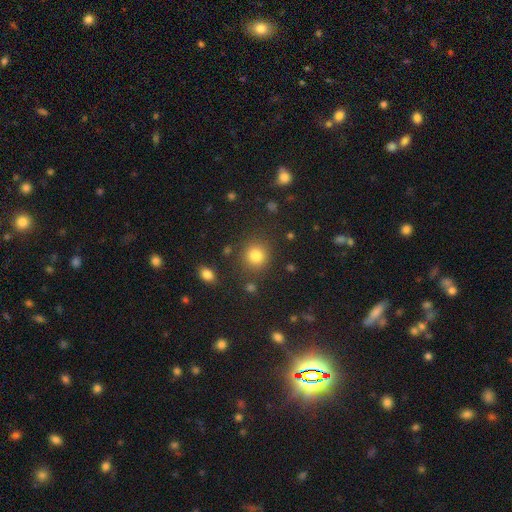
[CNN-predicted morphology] smooth 82%, star or artifact 12%, featured or disk 6%. Down the decision tree: how rounded — round (88%); merging — none (85%).